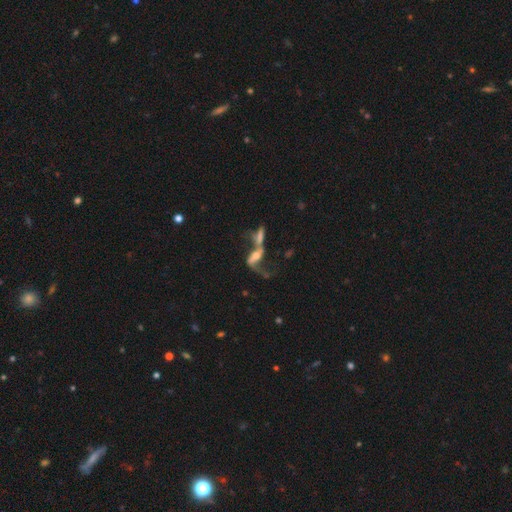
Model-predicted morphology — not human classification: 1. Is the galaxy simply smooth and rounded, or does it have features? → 66% featured or disk, 23% smooth, 11% star or artifact.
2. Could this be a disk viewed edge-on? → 82% no, 18% yes.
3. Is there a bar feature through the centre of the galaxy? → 51% no, 30% weak, 19% strong.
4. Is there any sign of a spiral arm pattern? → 72% yes, 28% no.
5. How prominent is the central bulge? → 40% moderate, 28% small, 18% none, 12% large, 3% dominant.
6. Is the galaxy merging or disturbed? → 55% merger, 19% none, 18% major disturbance, 8% minor disturbance.